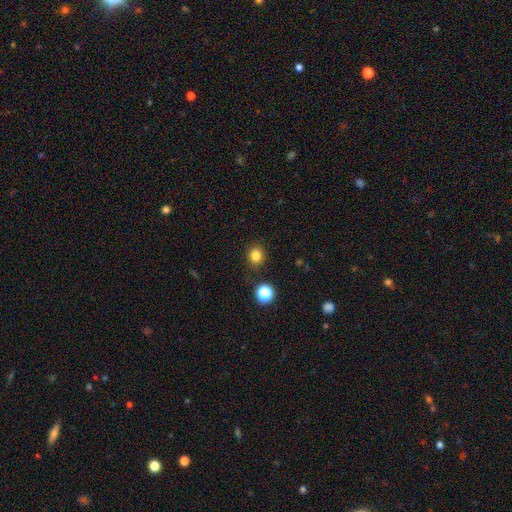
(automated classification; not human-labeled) smooth 81%, star or artifact 14%, featured or disk 5%. Down the decision tree: how rounded — round (83%); merging — none (87%).